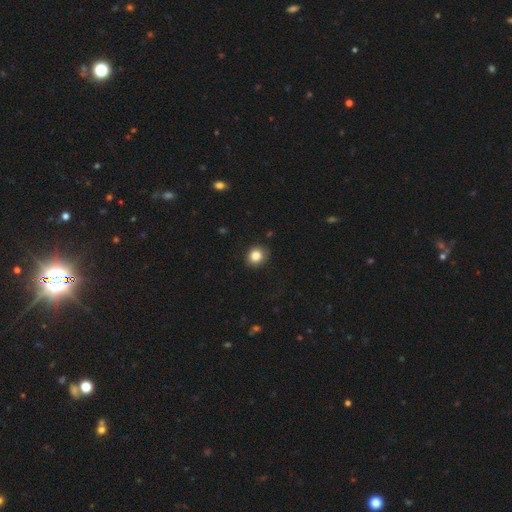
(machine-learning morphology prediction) smooth_or_featured: smooth (p=0.85) [alt: star or artifact p=0.10]
how_rounded: round (p=0.74) [alt: in between p=0.25]
merging: none (p=0.86) [alt: minor disturbance p=0.10]